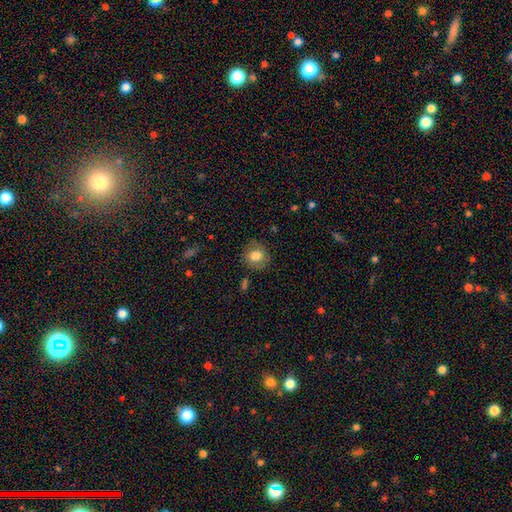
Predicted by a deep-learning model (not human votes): A smooth galaxy with no disk features (79%) that is round (85%). Merging: none (81%).